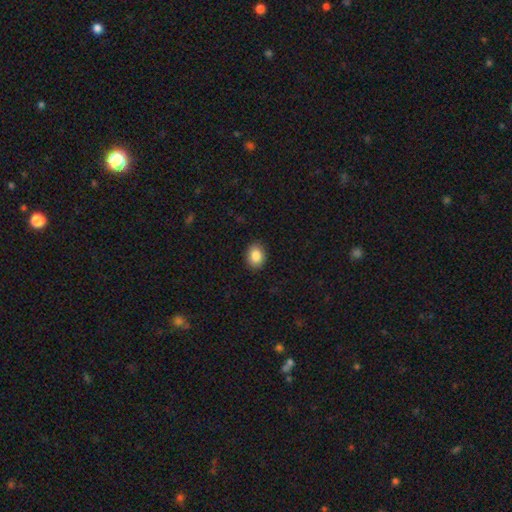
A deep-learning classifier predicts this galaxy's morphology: This appears to be a smooth galaxy with no disk features (86%) that is in between round and cigar-shaped (59%). Merging: none (90%).